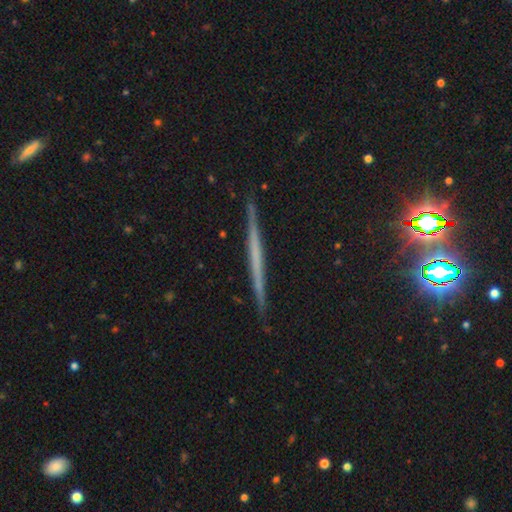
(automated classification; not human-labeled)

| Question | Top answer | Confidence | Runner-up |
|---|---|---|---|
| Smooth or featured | featured or disk | 58% | smooth (29%) |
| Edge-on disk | yes | 97% | no (3%) |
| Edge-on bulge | none | 89% | rounded (7%) |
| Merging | none | 91% | minor disturbance (6%) |